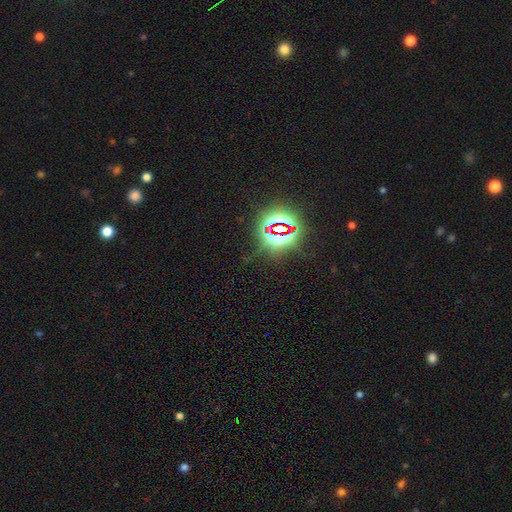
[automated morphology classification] The model was most divided on "smooth or featured": star or artifact: 82%, smooth: 11%, featured or disk: 8%.